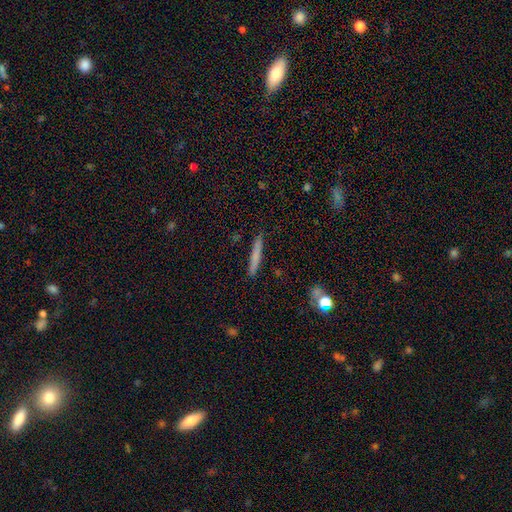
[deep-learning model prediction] smooth_or_featured: smooth (p=0.69) [alt: featured or disk p=0.24]
how_rounded: cigar-shaped (p=0.95) [alt: in between p=0.03]
merging: none (p=0.89) [alt: minor disturbance p=0.08]